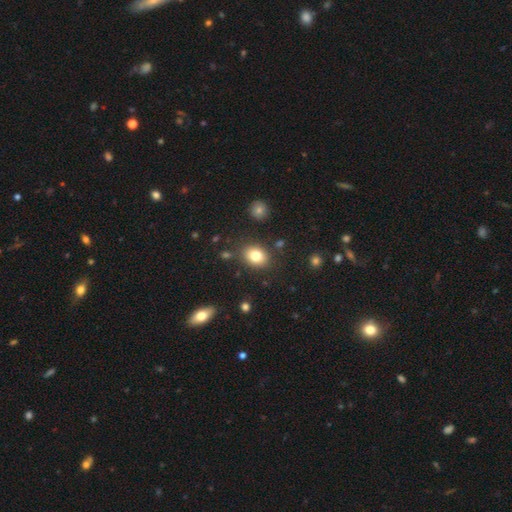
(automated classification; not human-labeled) A smooth galaxy with no disk features (80%) that is in between round and cigar-shaped (55%).

Vote fractions:
- Smooth or featured? smooth: 80% / star or artifact: 10% / featured or disk: 10%
- How rounded? in between: 55% / round: 44% / cigar-shaped: 1%
- Merging? none: 83% / minor disturbance: 10% / merger: 4% / major disturbance: 3%